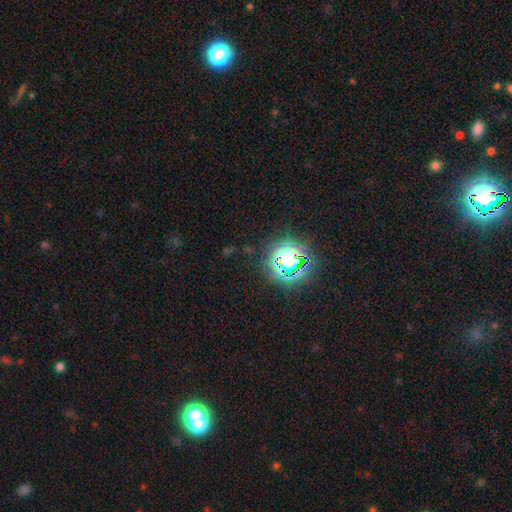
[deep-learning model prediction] This appears to be a star or artifact, not a galaxy (79%).